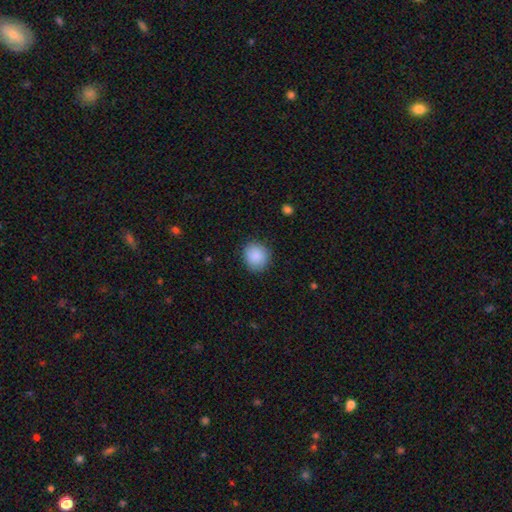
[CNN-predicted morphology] smooth 89%, star or artifact 7%, featured or disk 4%. Down the decision tree: how rounded — round (81%); merging — none (84%).